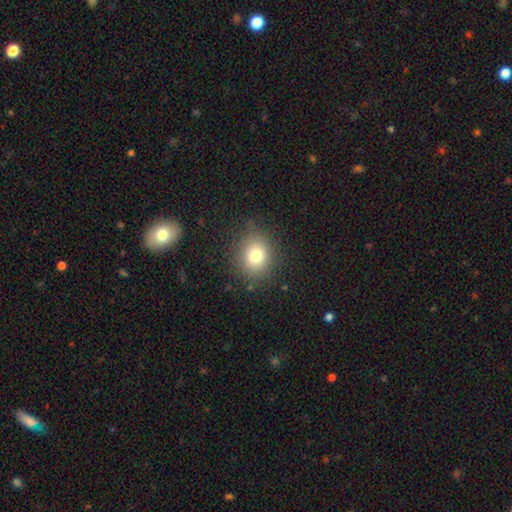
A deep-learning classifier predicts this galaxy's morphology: Overall: smooth (78%). How rounded: round (66%; in between 33%). Merging: none (84%).